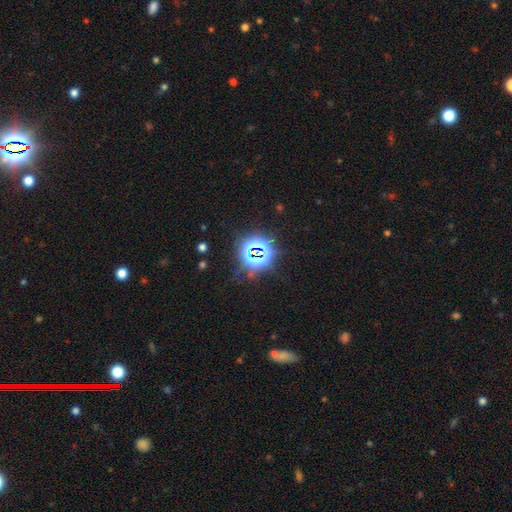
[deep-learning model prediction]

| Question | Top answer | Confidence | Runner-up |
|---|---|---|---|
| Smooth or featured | star or artifact | 77% | smooth (15%) |